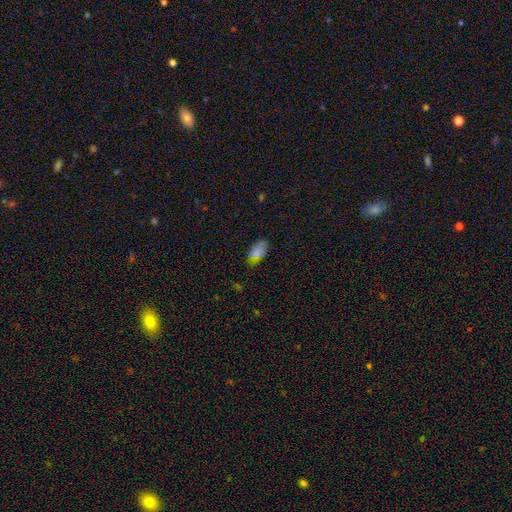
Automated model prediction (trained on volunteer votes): Smooth or featured? Predicted: smooth (p=0.62). How rounded? Predicted: in between (p=0.92). Merging? Predicted: none (p=0.77).